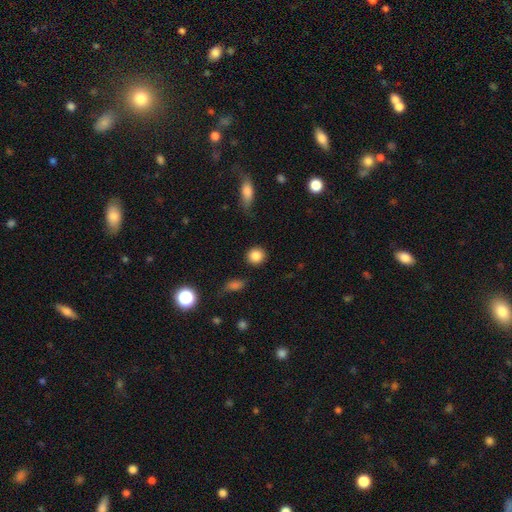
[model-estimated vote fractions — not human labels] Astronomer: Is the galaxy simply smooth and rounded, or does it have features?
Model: smooth — 86%.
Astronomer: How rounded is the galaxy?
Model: round — 89%.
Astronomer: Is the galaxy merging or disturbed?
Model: none — 87%.